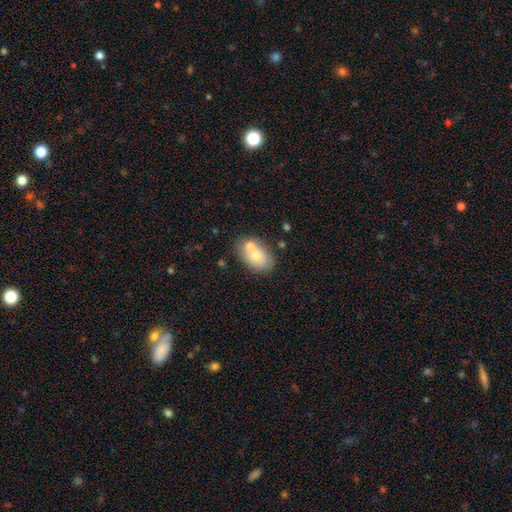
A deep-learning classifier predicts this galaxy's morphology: Smooth or featured?
  - smooth: 68% *
  - featured or disk: 25%
  - star or artifact: 7%
How rounded?
  - in between: 83% *
  - round: 15%
  - cigar-shaped: 1%
Merging?
  - none: 48% *
  - merger: 34%
  - minor disturbance: 14%
  - major disturbance: 4%